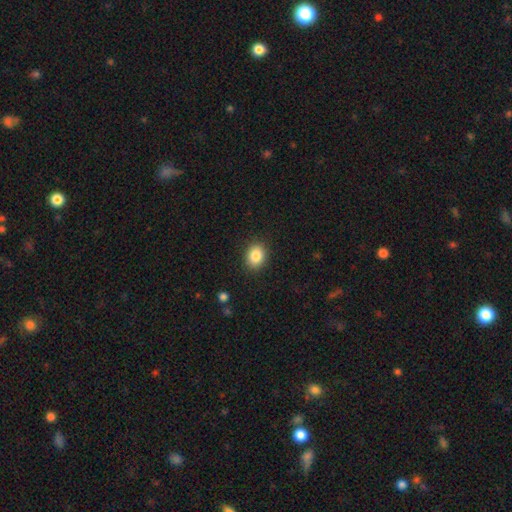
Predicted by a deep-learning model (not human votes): Smooth or featured? smooth (85%)
How rounded? round (51%)
Merging? none (89%)